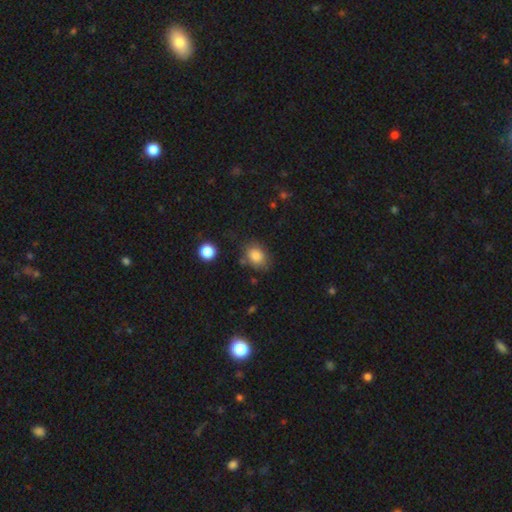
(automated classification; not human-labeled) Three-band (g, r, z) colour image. It shows a smooth galaxy with no disk features (84%) that is in between round and cigar-shaped (64%). Merging: none (72%).